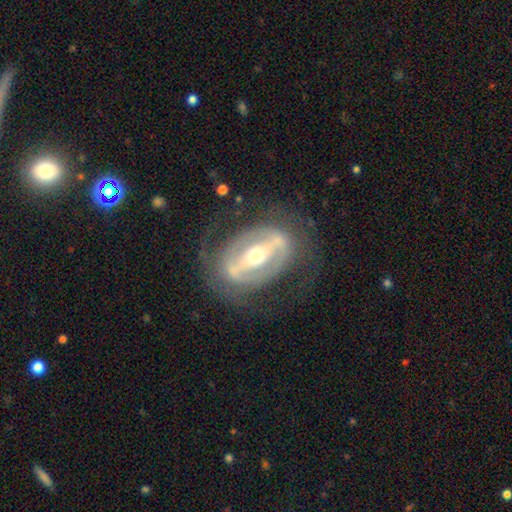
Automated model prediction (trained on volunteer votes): This appears to be a featured or disk galaxy (82%) with a strong bar (71%), no spiral arms (53%) and a moderate central bulge (63%). Merging: none (71%).